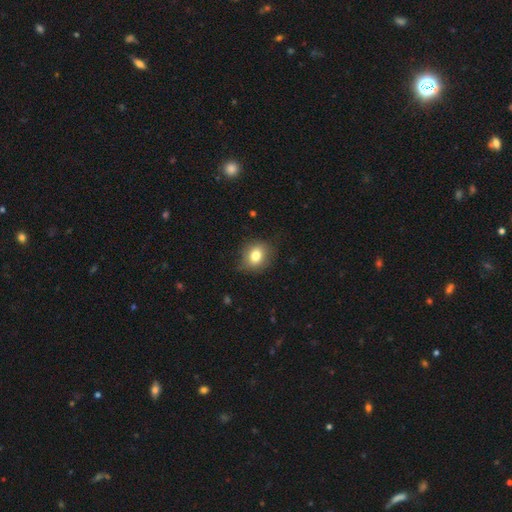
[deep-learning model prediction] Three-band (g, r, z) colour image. It shows a smooth galaxy with no disk features (78%) that is round (62%). Merging: none (76%).